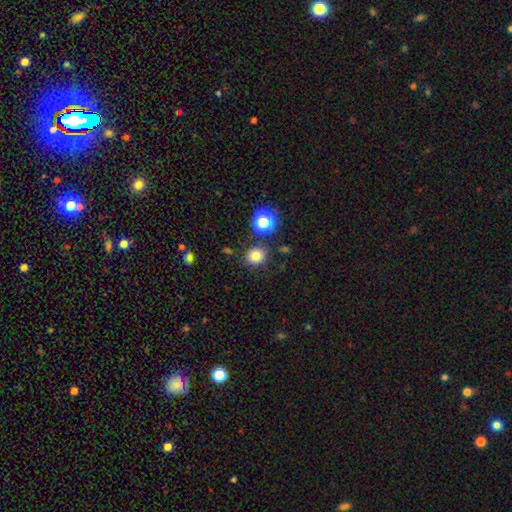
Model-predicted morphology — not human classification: A smooth galaxy with no disk features (77%) that is round (81%). Merging: none (83%).